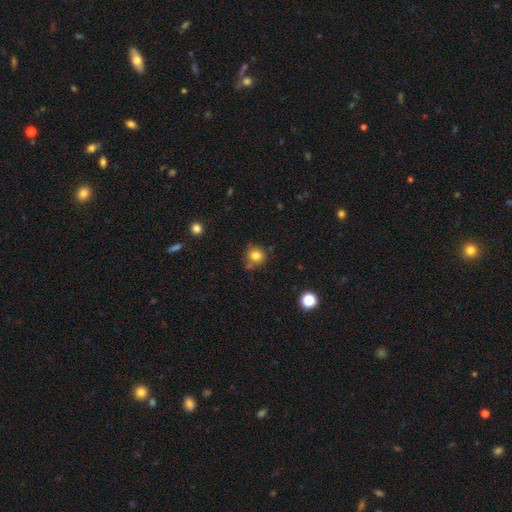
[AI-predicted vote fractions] This is clearly a smooth galaxy (80%). How rounded: clearly round (89%). Merging: likely none (73%).